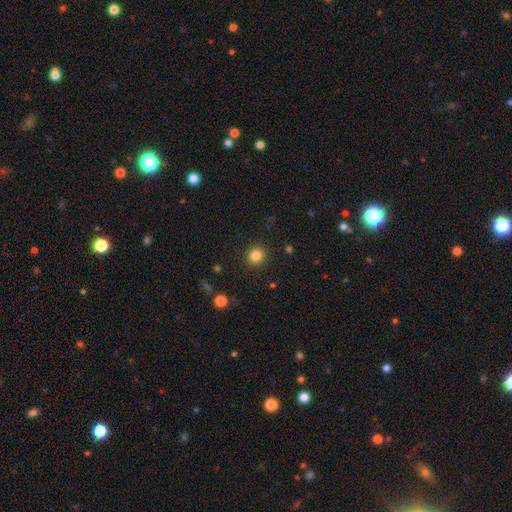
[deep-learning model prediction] smooth_or_featured: smooth (p=0.84) [alt: star or artifact p=0.12]
how_rounded: round (p=0.91) [alt: in between p=0.08]
merging: none (p=0.91) [alt: minor disturbance p=0.06]